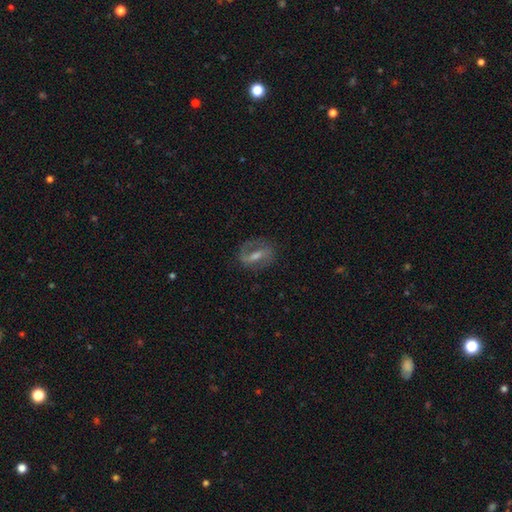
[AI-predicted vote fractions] Smooth or featured? Predicted: featured or disk (p=0.71). Edge-on disk? Predicted: no (p=0.91). Bar? Predicted: strong (p=0.47). Spiral arms? Predicted: yes (p=0.82). Spiral winding? Predicted: medium (p=0.45). Spiral arm count? Predicted: 2 (p=0.72). Bulge size? Predicted: moderate (p=0.46). Merging? Predicted: none (p=0.72).